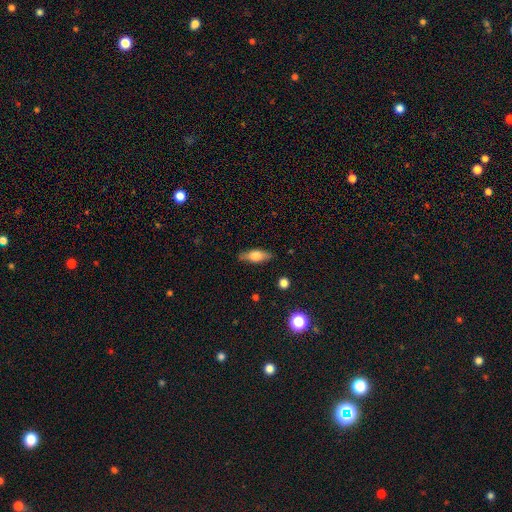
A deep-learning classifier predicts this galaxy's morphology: This is likely a smooth galaxy (63%). How rounded: likely in between (69%). Merging: clearly none (81%).